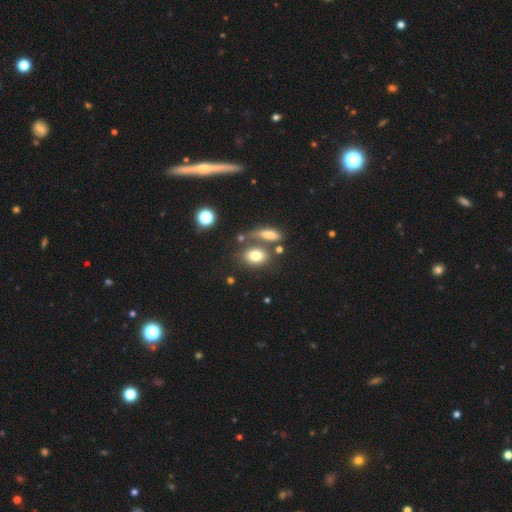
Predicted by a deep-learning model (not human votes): smooth_or_featured: smooth (p=0.75) [alt: featured or disk p=0.14]
how_rounded: in between (p=0.70) [alt: round p=0.26]
merging: none (p=0.54) [alt: merger p=0.26]